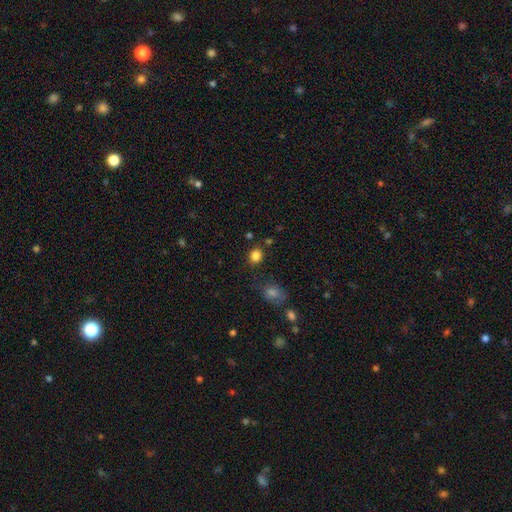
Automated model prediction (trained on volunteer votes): smooth_or_featured: smooth (p=0.84) [alt: star or artifact p=0.12]
how_rounded: round (p=0.73) [alt: in between p=0.26]
merging: none (p=0.83) [alt: minor disturbance p=0.10]